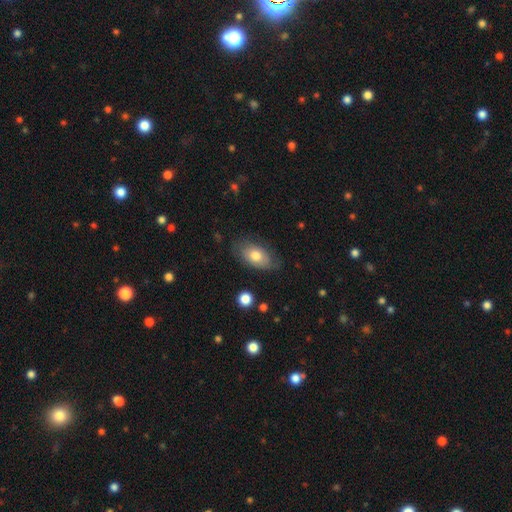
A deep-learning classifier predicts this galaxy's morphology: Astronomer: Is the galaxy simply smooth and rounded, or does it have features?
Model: smooth — 70%.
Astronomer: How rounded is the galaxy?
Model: in between — 91%.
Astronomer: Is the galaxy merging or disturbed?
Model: none — 71%.